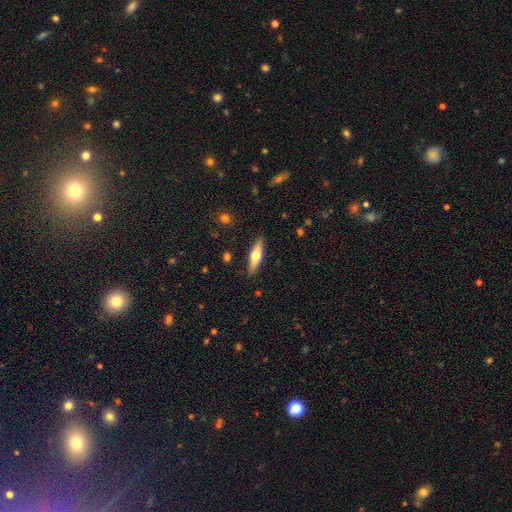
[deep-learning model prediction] A smooth galaxy with no disk features (51%) that is cigar-shaped (66%). Merging: none (88%).